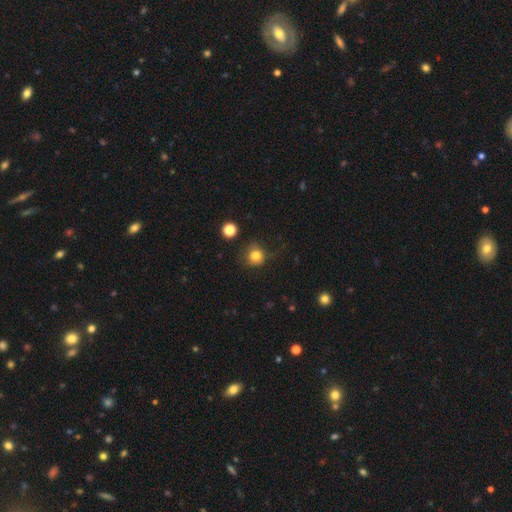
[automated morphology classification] smooth-or-featured: smooth: 81% | star or artifact: 13% | featured or disk: 7%
  how-rounded: round: 88% | in between: 11% | cigar-shaped: 1%
  merging: none: 73% | minor disturbance: 19% | major disturbance: 6% | merger: 3%